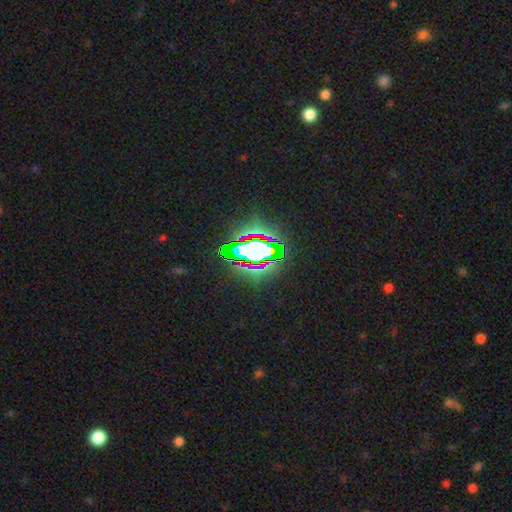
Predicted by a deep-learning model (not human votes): A star or artifact, not a galaxy (59%).

Vote fractions:
- Smooth or featured? star or artifact: 59% / smooth: 21% / featured or disk: 19%